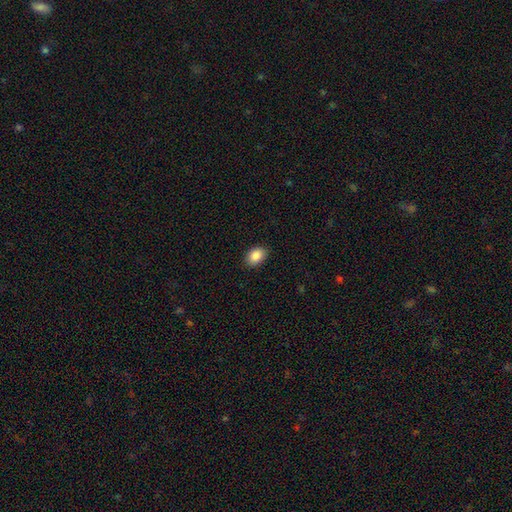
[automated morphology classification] Smooth or featured?
  - smooth: 89% *
  - star or artifact: 8%
  - featured or disk: 4%
How rounded?
  - in between: 81% *
  - round: 18%
  - cigar-shaped: 1%
Merging?
  - none: 88% *
  - minor disturbance: 9%
  - major disturbance: 2%
  - merger: 1%